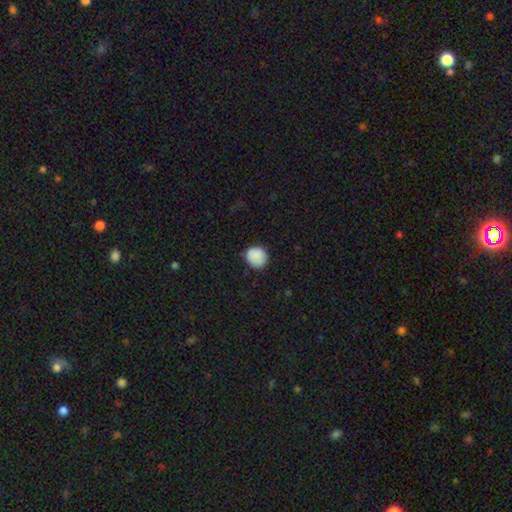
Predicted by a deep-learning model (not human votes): smooth 89%, star or artifact 8%, featured or disk 3%. Down the decision tree: how rounded — round (83%); merging — none (83%).